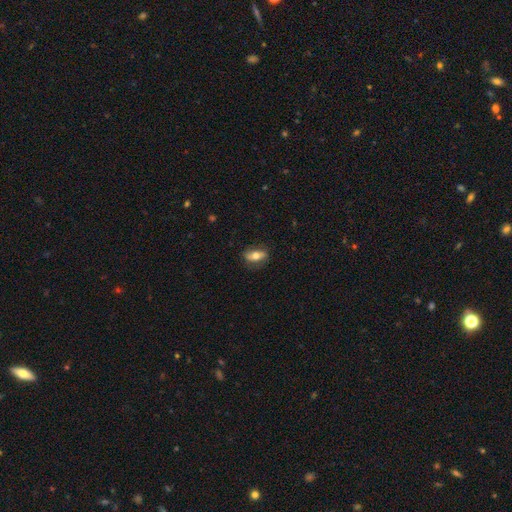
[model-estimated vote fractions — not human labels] This is possibly a smooth galaxy (54%). How rounded: likely in between (77%). Merging: clearly none (80%).